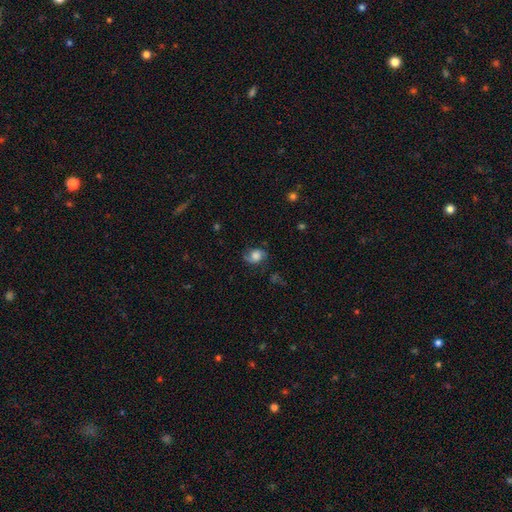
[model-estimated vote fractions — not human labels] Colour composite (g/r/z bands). It shows a smooth galaxy with no disk features (49%). Merging: none (65%).